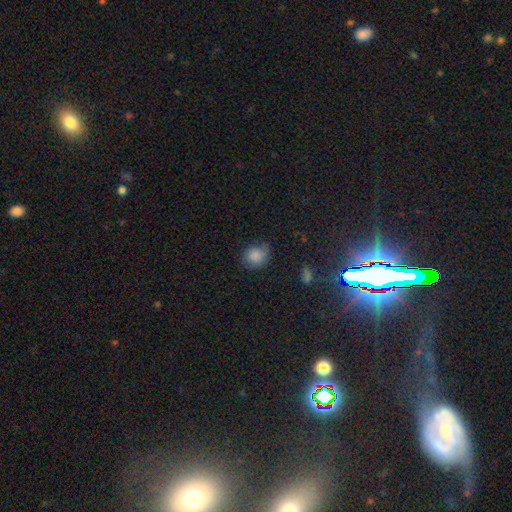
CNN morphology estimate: A smooth galaxy with no disk features (83%) that is round (69%). Merging: none (66%).